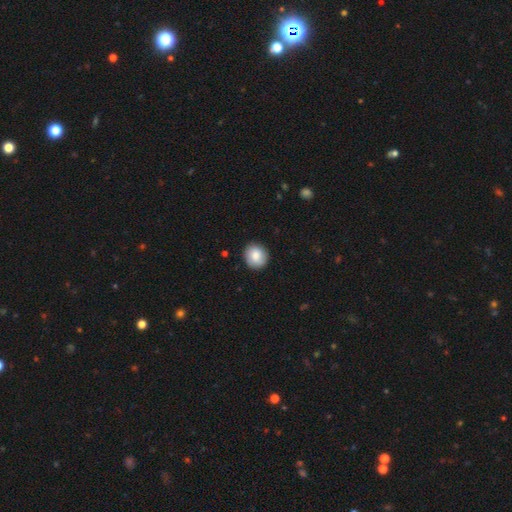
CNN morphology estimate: type=smooth (85%); roundness=round (85%); merging=none (90%).